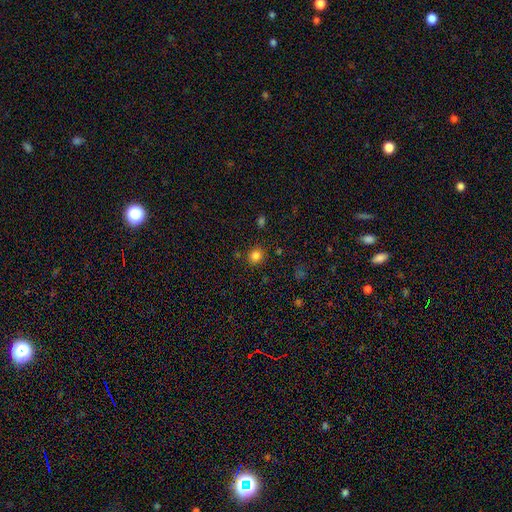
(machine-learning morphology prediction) A smooth galaxy with no disk features (83%) that is round (81%).

Vote fractions:
- Smooth or featured? smooth: 83% / star or artifact: 13% / featured or disk: 5%
- How rounded? round: 81% / in between: 18% / cigar-shaped: 1%
- Merging? none: 86% / minor disturbance: 9% / merger: 3% / major disturbance: 3%